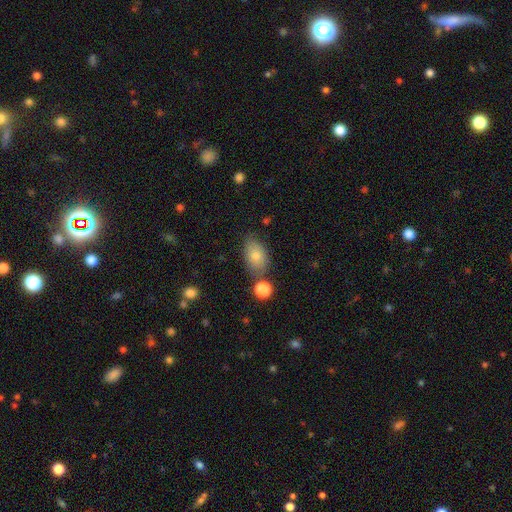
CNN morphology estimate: Smooth or featured? Predicted: smooth (p=0.78). How rounded? Predicted: in between (p=0.87). Merging? Predicted: none (p=0.70).